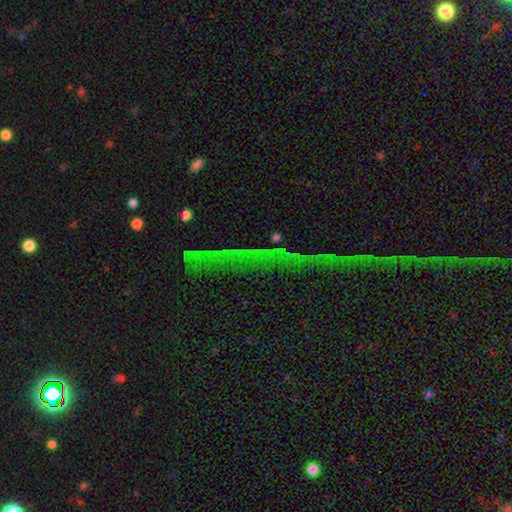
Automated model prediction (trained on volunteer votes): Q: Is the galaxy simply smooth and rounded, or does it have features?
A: star or artifact — 73%.